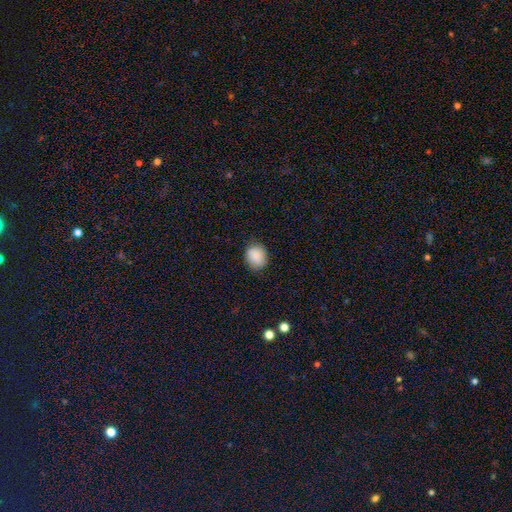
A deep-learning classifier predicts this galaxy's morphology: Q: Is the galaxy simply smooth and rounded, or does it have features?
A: smooth — 87%.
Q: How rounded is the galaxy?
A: round — 63%.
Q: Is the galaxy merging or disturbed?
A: none — 80%.